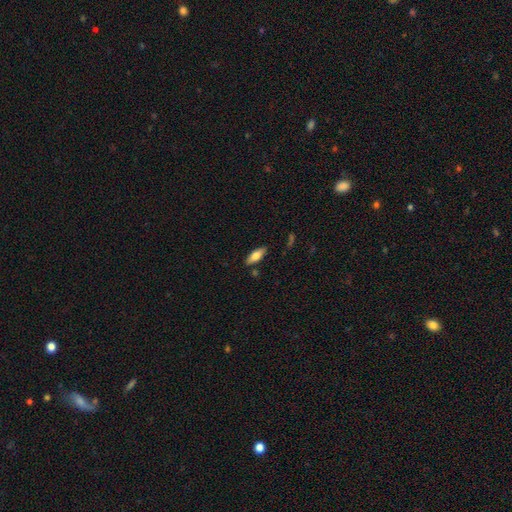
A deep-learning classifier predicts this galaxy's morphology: Smooth or featured?
  - smooth: 73% *
  - featured or disk: 20%
  - star or artifact: 6%
How rounded?
  - in between: 72% *
  - cigar-shaped: 26%
  - round: 2%
Merging?
  - none: 84% *
  - minor disturbance: 11%
  - merger: 2%
  - major disturbance: 2%